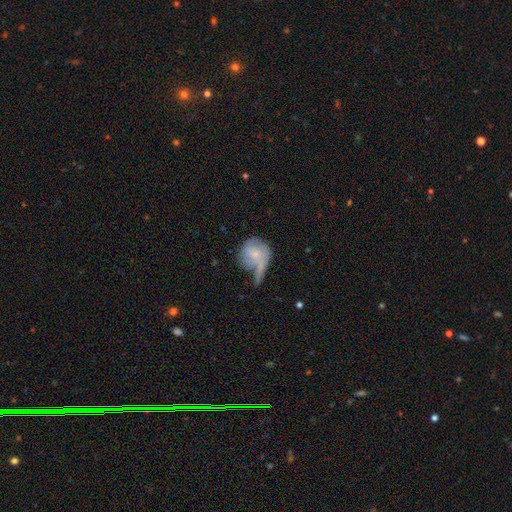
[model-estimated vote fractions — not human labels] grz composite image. It shows a smooth galaxy with no disk features (50%). Merging: none (31%).